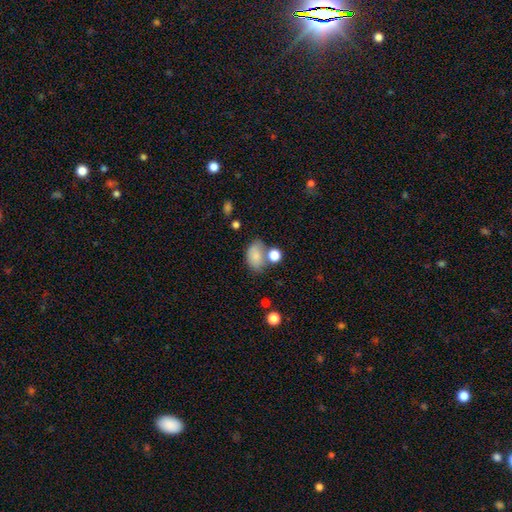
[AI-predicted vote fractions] A smooth galaxy with no disk features (79%) that is in between round and cigar-shaped (83%). Merging: none (47%).